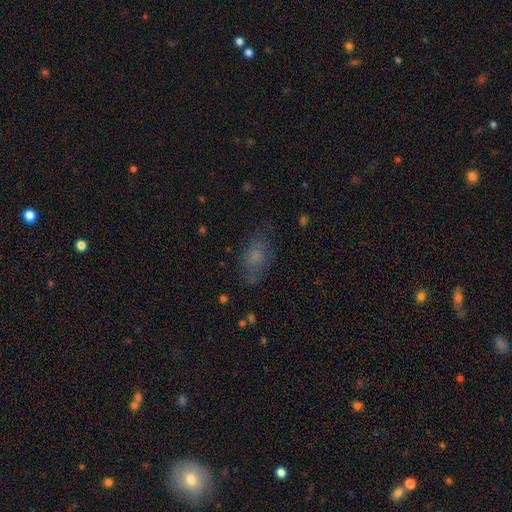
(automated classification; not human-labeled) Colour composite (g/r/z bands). It shows a smooth galaxy with no disk features (69%) that is in between round and cigar-shaped (83%). Merging: none (64%).